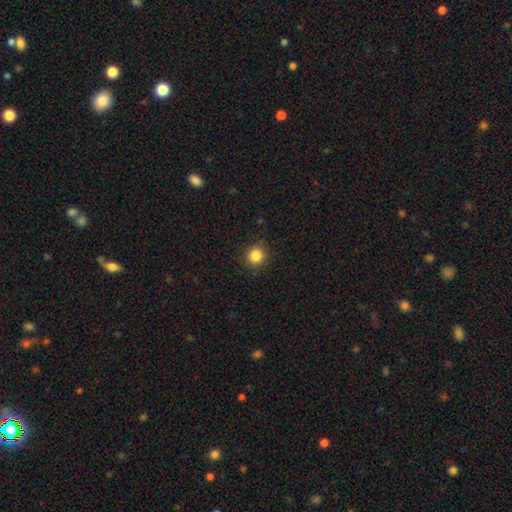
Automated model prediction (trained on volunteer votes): Overall: smooth (84%). How rounded: round (89%). Merging: none (87%).